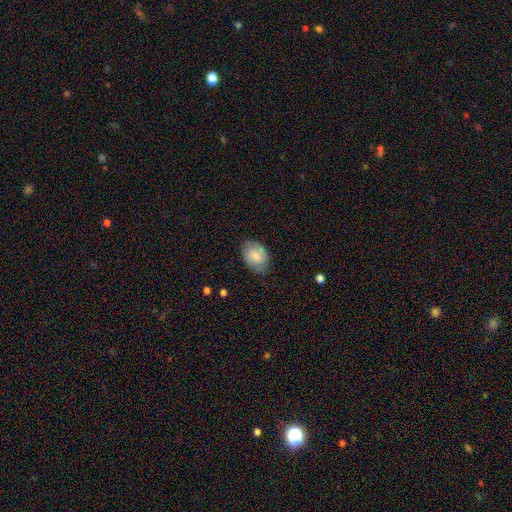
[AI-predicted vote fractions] This is likely a smooth galaxy (68%). How rounded: likely in between (75%). Merging: likely none (70%).